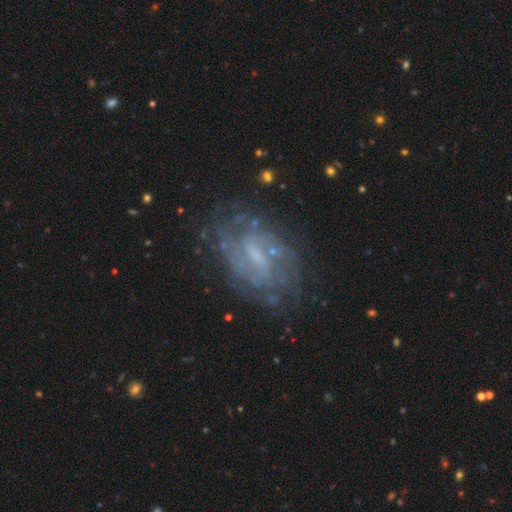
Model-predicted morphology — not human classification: The model was most divided on "spiral winding": tight: 50%, medium: 36%, loose: 14%. Remaining: edge-on disk — no (96%); spiral arms — yes (81%); smooth or featured — featured or disk (79%); merging — none (68%); bar — weak (54%); spiral arm count — can't tell (50%); bulge size — small (46%).